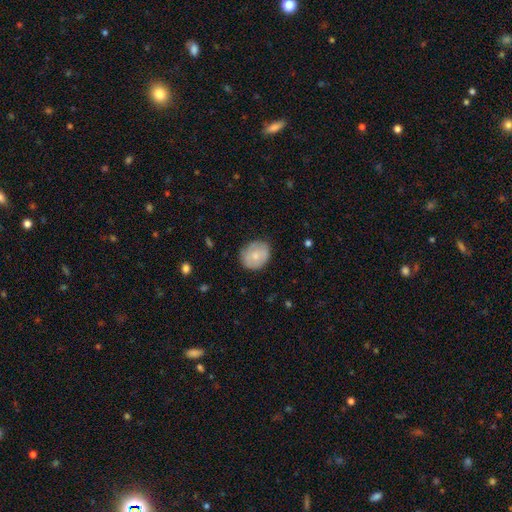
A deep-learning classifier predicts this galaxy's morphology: type=smooth (69%); roundness=round (60%); merging=none (75%).